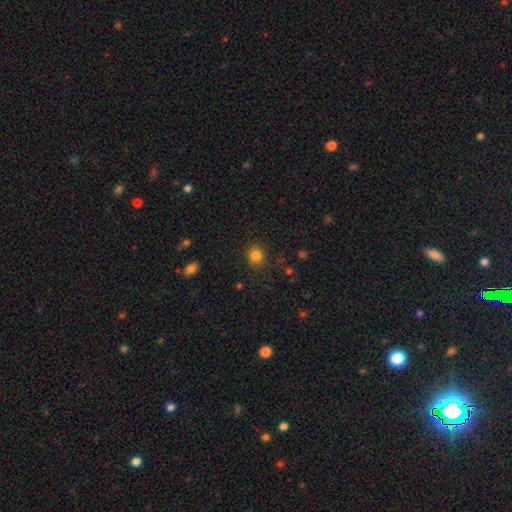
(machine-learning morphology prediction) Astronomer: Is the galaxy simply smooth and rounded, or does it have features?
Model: smooth — 83%.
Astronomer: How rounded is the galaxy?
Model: round — 84%.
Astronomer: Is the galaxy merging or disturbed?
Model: none — 87%.